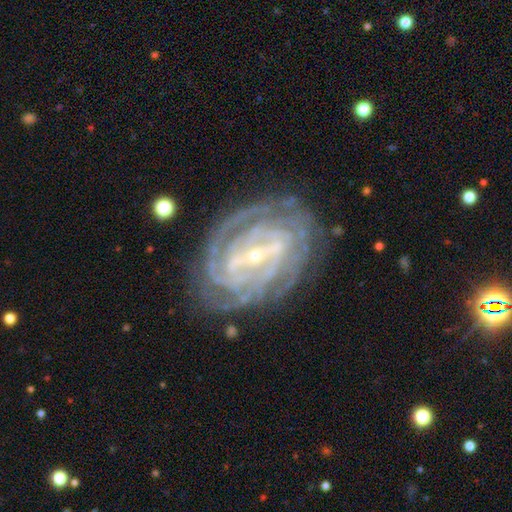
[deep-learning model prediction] Smooth or featured? Predicted: featured or disk (p=0.91). Edge-on disk? Predicted: no (p=0.96). Bar? Predicted: strong (p=0.61). Spiral arms? Predicted: yes (p=0.98). Spiral winding? Predicted: tight (p=0.79). Spiral arm count? Predicted: 4 (p=0.27). Bulge size? Predicted: small (p=0.76). Merging? Predicted: none (p=0.79).